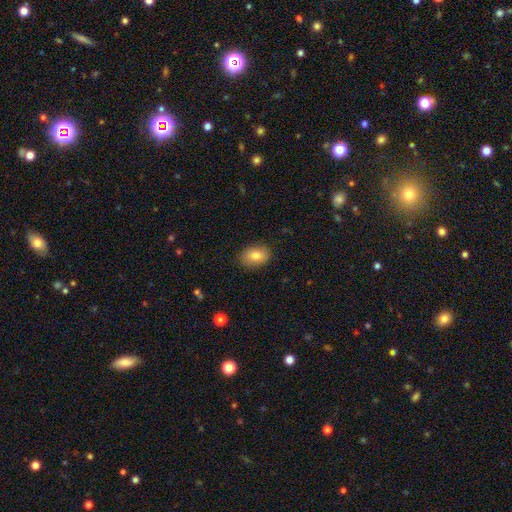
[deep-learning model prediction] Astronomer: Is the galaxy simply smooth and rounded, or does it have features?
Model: smooth — 83%.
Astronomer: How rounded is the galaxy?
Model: in between — 79%.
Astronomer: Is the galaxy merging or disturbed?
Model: none — 87%.